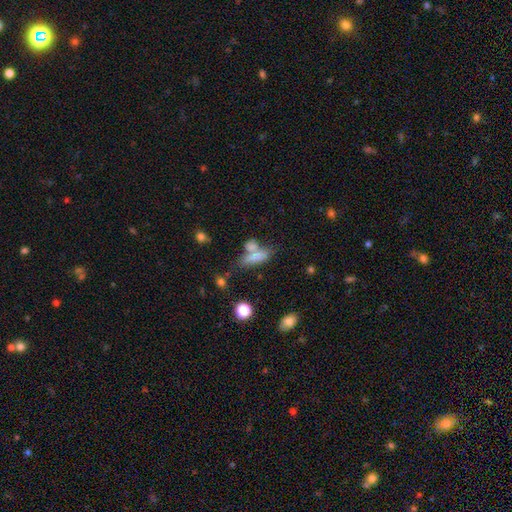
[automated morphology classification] Overall: smooth (74%). How rounded: in between (55%; cigar-shaped 39%). Merging: none (40%; merger 39%).